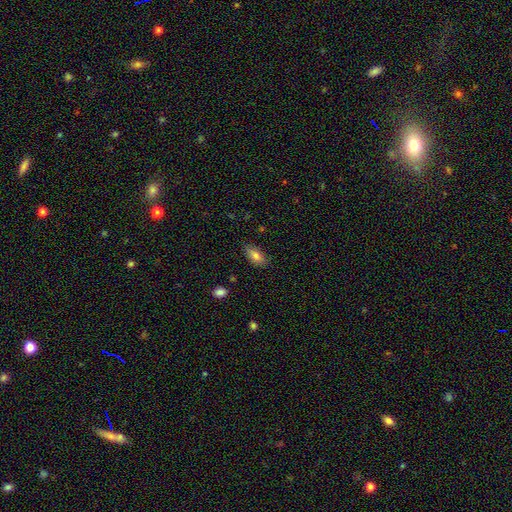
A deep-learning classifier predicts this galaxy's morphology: Smooth or featured? Predicted: smooth (p=0.81). How rounded? Predicted: in between (p=0.89). Merging? Predicted: none (p=0.82).